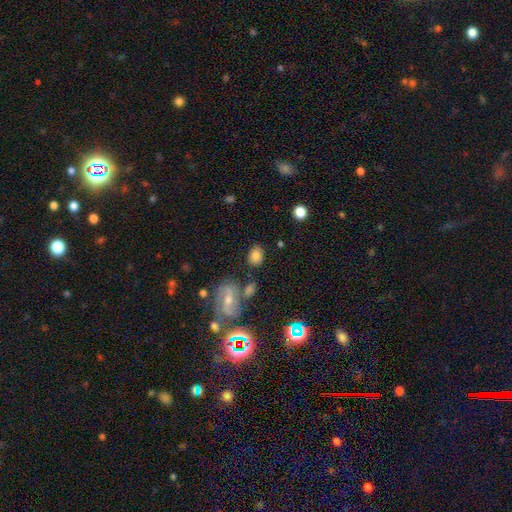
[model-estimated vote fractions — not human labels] Overall: smooth (75%). How rounded: in between (65%; round 34%). Merging: none (75%).